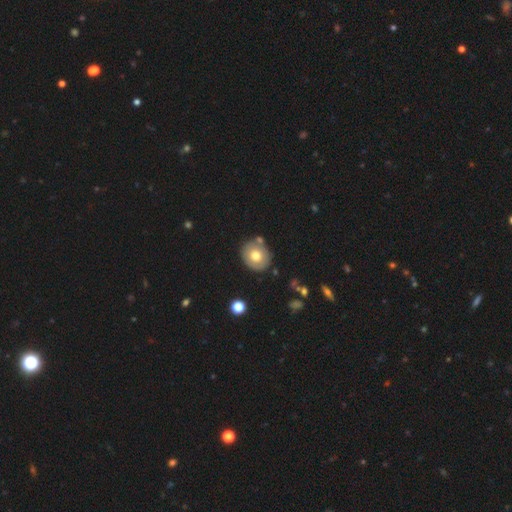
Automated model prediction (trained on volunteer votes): A smooth galaxy with no disk features (67%) that is round (76%).

Vote fractions:
- Smooth or featured? smooth: 67% / featured or disk: 24% / star or artifact: 9%
- How rounded? round: 76% / in between: 23% / cigar-shaped: 1%
- Merging? none: 77% / minor disturbance: 12% / merger: 8% / major disturbance: 3%